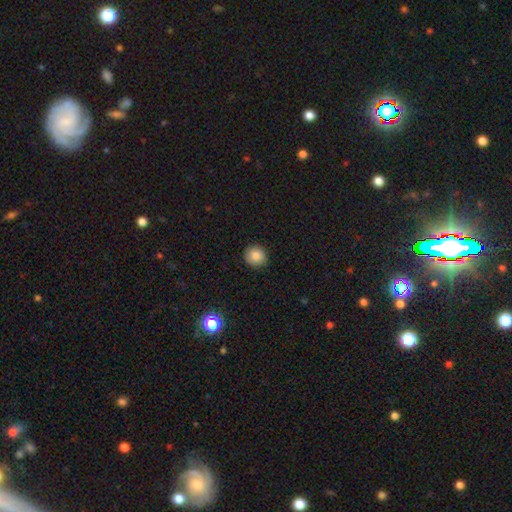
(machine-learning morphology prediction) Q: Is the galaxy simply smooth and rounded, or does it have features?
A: smooth — 85%.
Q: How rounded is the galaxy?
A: round — 89%.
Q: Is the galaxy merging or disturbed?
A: none — 89%.